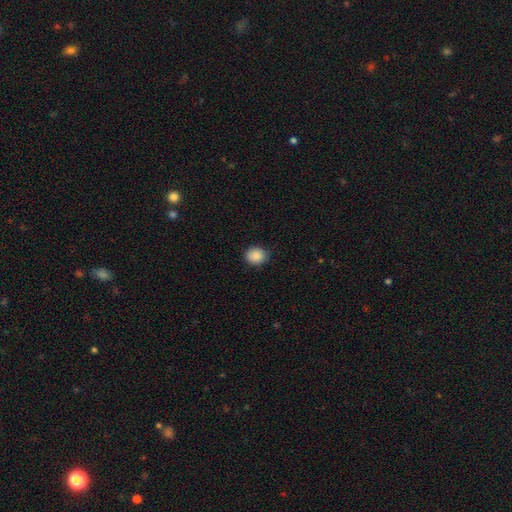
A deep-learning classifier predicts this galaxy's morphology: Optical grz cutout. It shows a smooth galaxy with no disk features (89%) that is round (59%). Merging: none (86%).